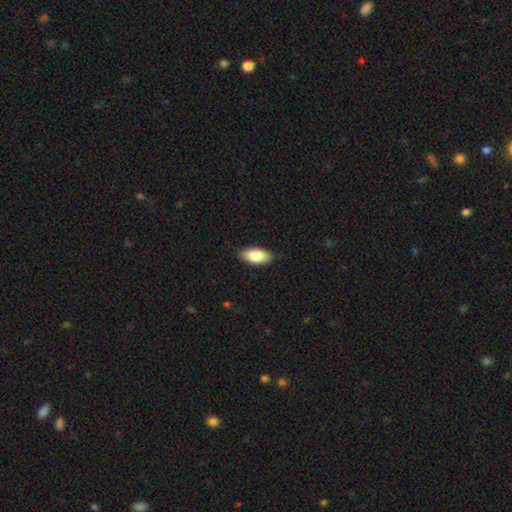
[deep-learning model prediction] Morphology: type=smooth (83%); roundness=in between (93%); merging=none (88%).